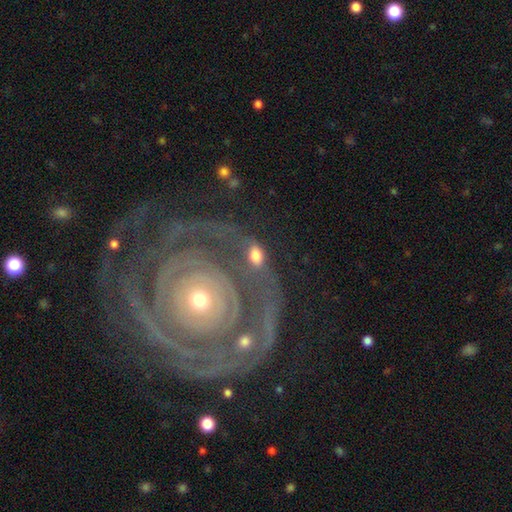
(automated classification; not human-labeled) Morphology: type=smooth (48%); merging=none (48%).